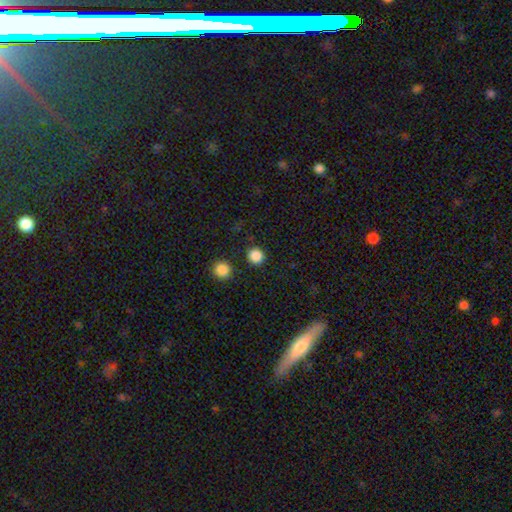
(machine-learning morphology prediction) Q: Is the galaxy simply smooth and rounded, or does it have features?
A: smooth — 86%.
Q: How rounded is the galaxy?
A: round — 94%.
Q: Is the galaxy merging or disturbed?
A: none — 89%.